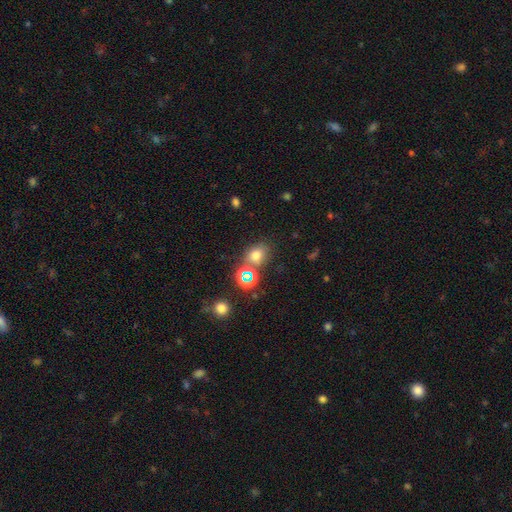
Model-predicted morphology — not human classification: This is likely a smooth galaxy (67%). How rounded: possibly in between (50%). Merging: likely none (67%).